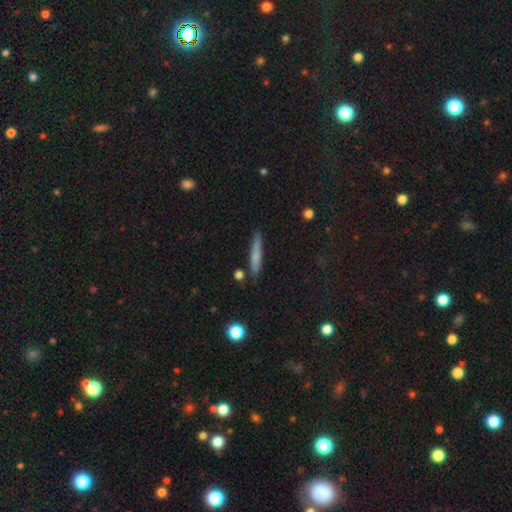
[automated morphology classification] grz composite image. It shows a smooth galaxy with no disk features (68%) that is cigar-shaped (93%). Merging: none (83%).